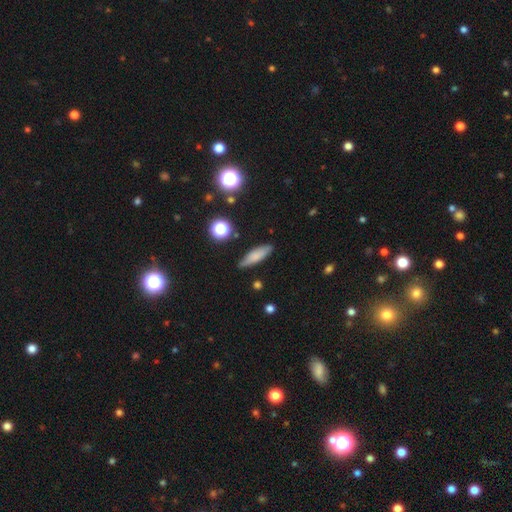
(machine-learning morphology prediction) A smooth galaxy with no disk features (73%) that is cigar-shaped (59%). Merging: none (81%).